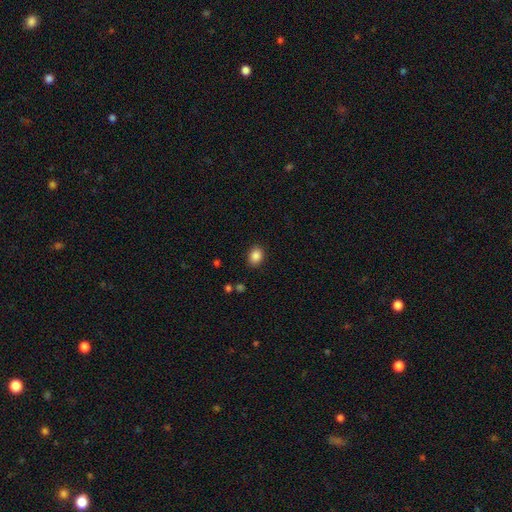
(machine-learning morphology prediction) This appears to be a smooth galaxy with no disk features (87%) that is in between round and cigar-shaped (64%). Merging: none (88%).